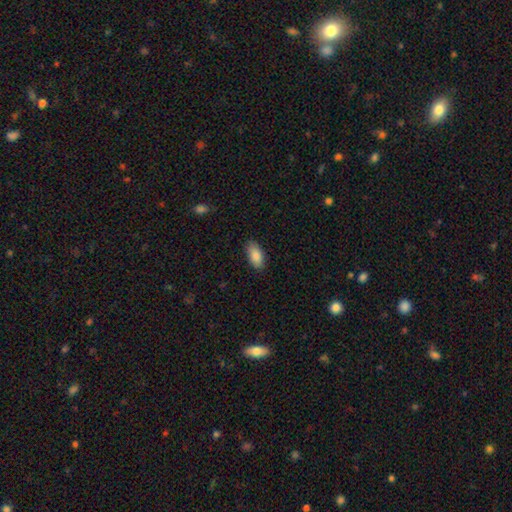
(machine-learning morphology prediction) smooth 88%, star or artifact 6%, featured or disk 6%. Down the decision tree: how rounded — in between (92%); merging — none (86%).